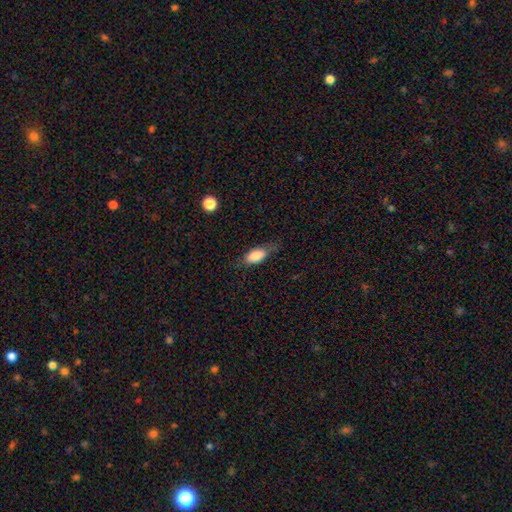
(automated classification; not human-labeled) Smooth or featured: smooth — 79% (featured or disk — 14%)
How rounded: in between — 82% (cigar-shaped — 15%)
Merging: none — 64% (minor disturbance — 25%)